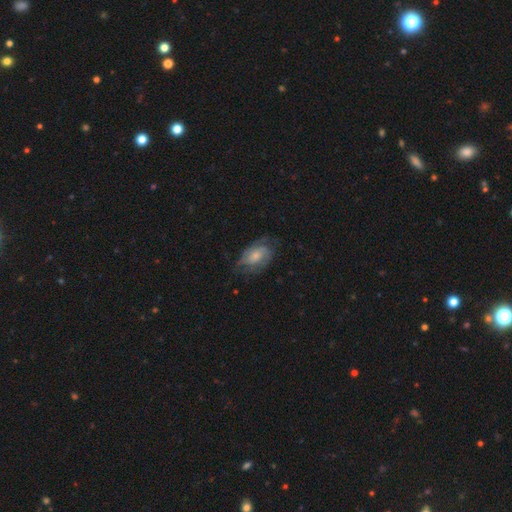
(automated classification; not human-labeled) Smooth or featured?
  - featured or disk: 70% *
  - smooth: 25%
  - star or artifact: 6%
Edge-on disk?
  - no: 96% *
  - yes: 4%
Bar?
  - no: 65% *
  - weak: 30%
  - strong: 5%
Spiral arms?
  - yes: 89% *
  - no: 11%
Spiral winding?
  - medium: 42% *
  - tight: 41%
  - loose: 17%
Spiral arm count?
  - 2: 59% *
  - can't tell: 22%
  - 3: 9%
  - 1: 4%
  - 4: 3%
  - more than 4: 2%
Bulge size?
  - small: 45% *
  - moderate: 40%
  - large: 7%
  - none: 7%
  - dominant: 2%
Merging?
  - none: 60% *
  - minor disturbance: 24%
  - major disturbance: 14%
  - merger: 1%